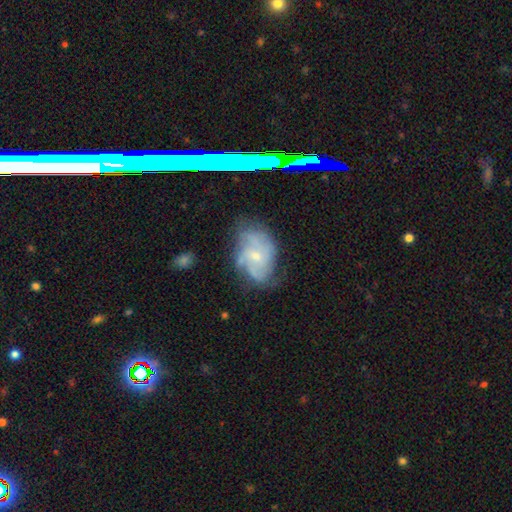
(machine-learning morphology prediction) featured or disk 75%, smooth 16%, star or artifact 9%. Down the decision tree: edge-on disk — no (96%); bar — no (69%); spiral arms — yes (92%); spiral arm count — 3 (29%); spiral winding — medium (42%); bulge size — small (72%); merging — none (60%).